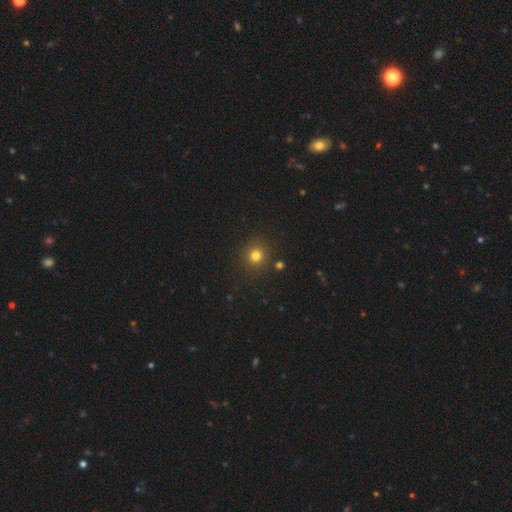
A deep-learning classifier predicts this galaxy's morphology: Q: Smooth or featured?
A: smooth (77%); runner-up: star or artifact (16%)
Q: How rounded?
A: round (90%); runner-up: in between (9%)
Q: Merging?
A: none (87%); runner-up: minor disturbance (7%)